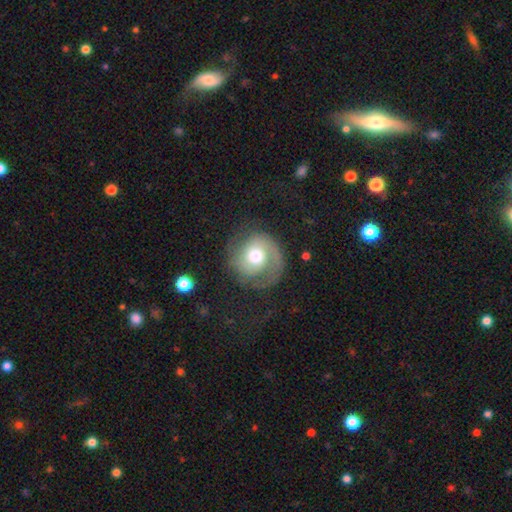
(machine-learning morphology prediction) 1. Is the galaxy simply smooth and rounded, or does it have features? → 66% featured or disk, 26% smooth, 7% star or artifact.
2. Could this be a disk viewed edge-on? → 98% no, 2% yes.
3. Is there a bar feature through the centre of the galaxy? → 74% no, 22% weak, 5% strong.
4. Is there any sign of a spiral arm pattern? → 88% yes, 12% no.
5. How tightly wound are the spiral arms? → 39% medium (tied), 39% tight (tied), 21% loose.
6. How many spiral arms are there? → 48% 2, 37% 1, 10% can't tell, 3% 3, 1% 4, 1% more than 4.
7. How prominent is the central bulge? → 63% moderate, 24% large, 10% small, 3% dominant, 1% none.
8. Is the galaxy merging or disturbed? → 61% none, 20% major disturbance, 18% minor disturbance, 2% merger.